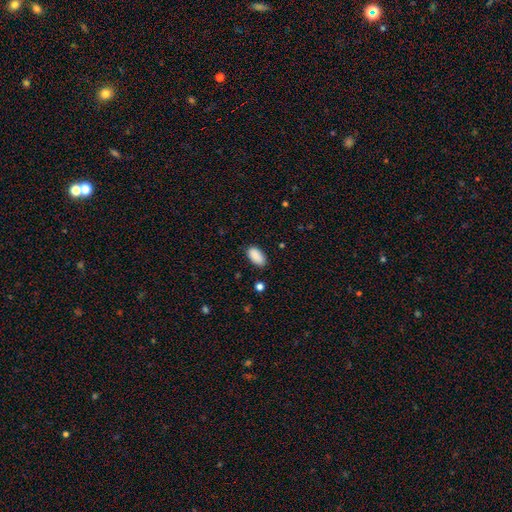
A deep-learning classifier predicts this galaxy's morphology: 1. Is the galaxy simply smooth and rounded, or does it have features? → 90% smooth, 7% star or artifact, 3% featured or disk.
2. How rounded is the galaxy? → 94% in between, 3% cigar-shaped, 3% round.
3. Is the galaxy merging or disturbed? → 83% none, 13% minor disturbance, 3% major disturbance, 2% merger.